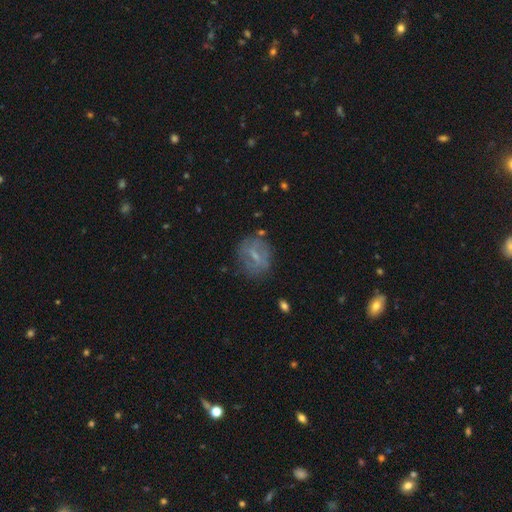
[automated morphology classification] A featured or disk galaxy (48%).

Vote fractions:
- Smooth or featured? featured or disk: 48% / smooth: 40% / star or artifact: 11%
- Merging? none: 69% / minor disturbance: 19% / major disturbance: 9% / merger: 3%